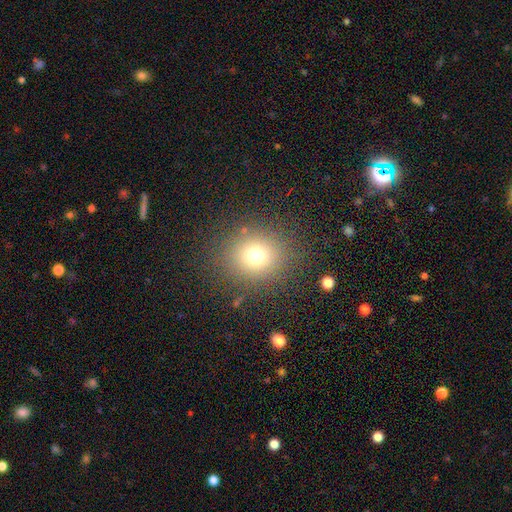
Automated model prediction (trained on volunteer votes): Q: Smooth or featured?
A: smooth (74%); runner-up: star or artifact (17%)
Q: How rounded?
A: round (76%); runner-up: in between (24%)
Q: Merging?
A: none (85%); runner-up: minor disturbance (8%)